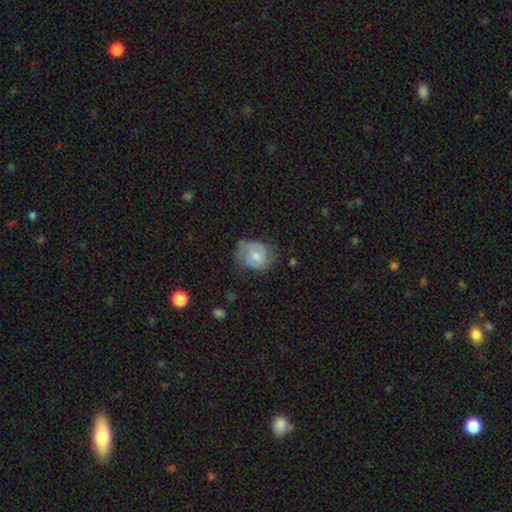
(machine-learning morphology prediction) A smooth galaxy with no disk features (53%) that is round (56%). Merging: none (49%).